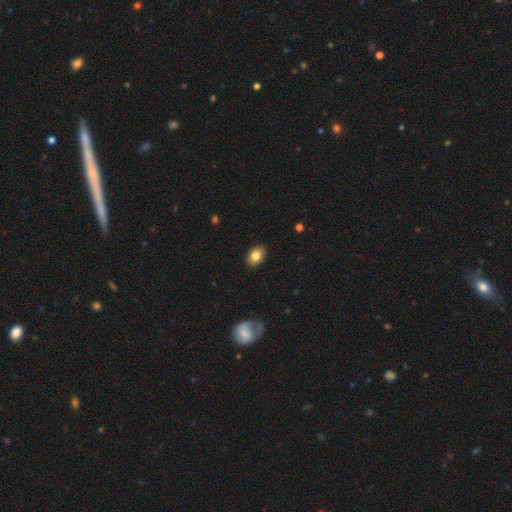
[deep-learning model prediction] A smooth galaxy with no disk features (82%) that is in between round and cigar-shaped (81%). Merging: none (89%).